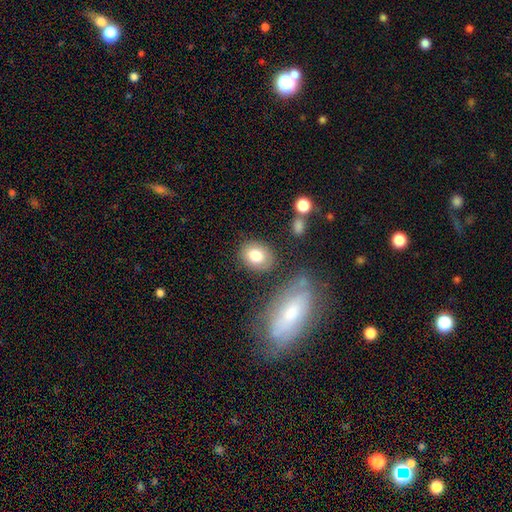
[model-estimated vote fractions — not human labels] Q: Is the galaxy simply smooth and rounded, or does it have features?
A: smooth — 80%.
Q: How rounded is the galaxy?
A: in between — 57%.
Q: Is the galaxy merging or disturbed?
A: none — 80%.